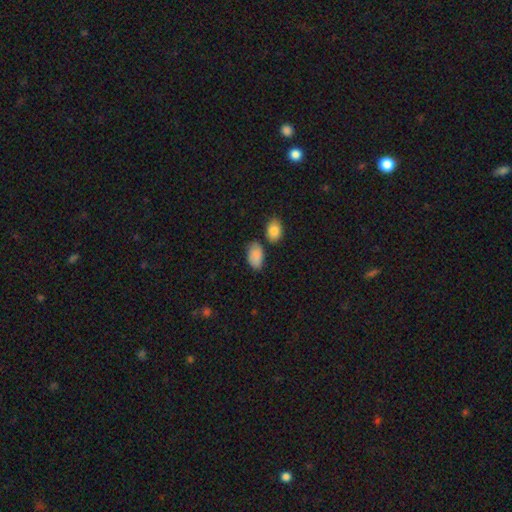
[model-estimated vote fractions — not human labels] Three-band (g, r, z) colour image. It shows a smooth galaxy with no disk features (87%) that is in between round and cigar-shaped (93%). Merging: none (67%).